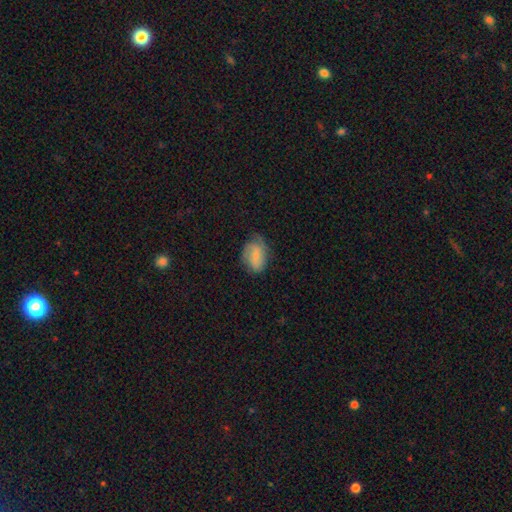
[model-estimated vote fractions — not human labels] smooth_or_featured: smooth (p=0.59) [alt: featured or disk p=0.33]
how_rounded: in between (p=0.81) [alt: round p=0.18]
merging: none (p=0.57) [alt: minor disturbance p=0.30]